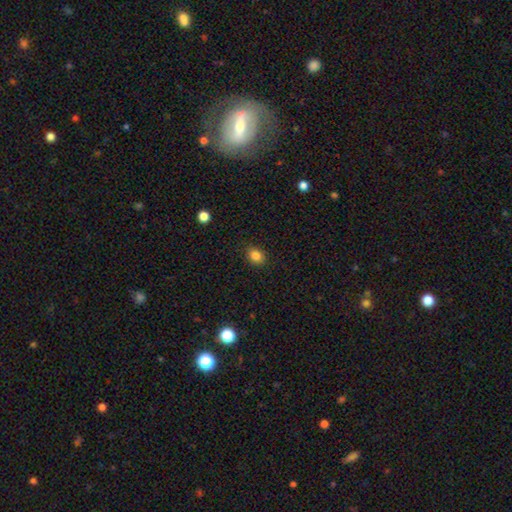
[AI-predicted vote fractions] Smooth or featured? smooth (84%)
How rounded? in between (57%)
Merging? none (89%)